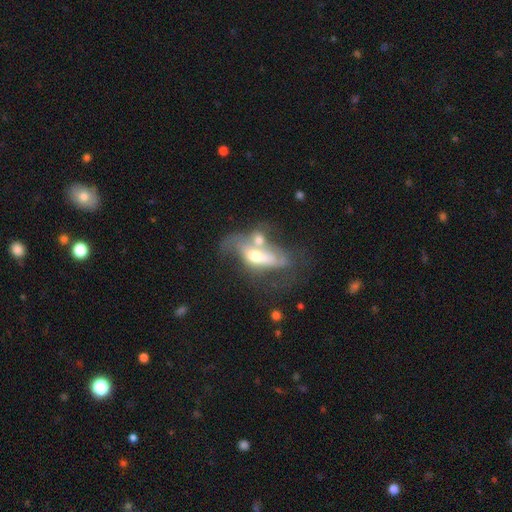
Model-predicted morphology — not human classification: A featured or disk galaxy (56%). Merging: merger (51%).